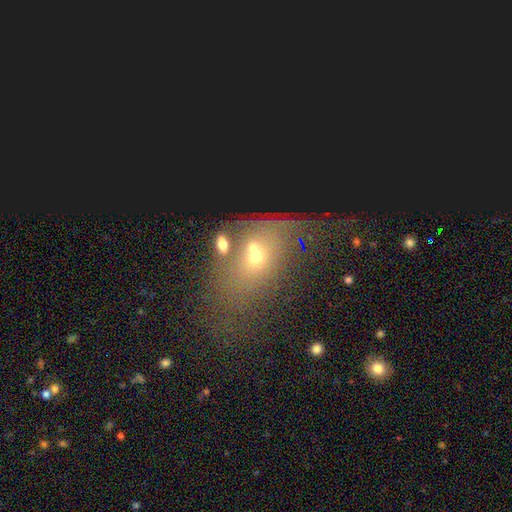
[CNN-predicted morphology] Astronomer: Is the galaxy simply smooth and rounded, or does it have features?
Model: smooth — 43% (runner-up: featured or disk, 34%).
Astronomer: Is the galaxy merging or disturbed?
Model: major disturbance — 32%, tied with merger at 32%.